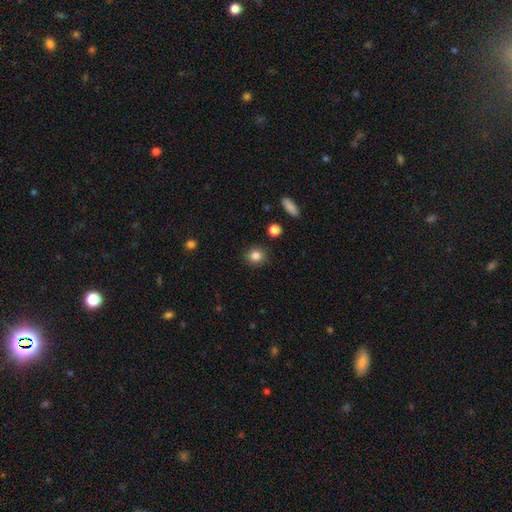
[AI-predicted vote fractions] Smooth or featured: smooth — 84% (star or artifact — 11%)
How rounded: round — 87% (in between — 12%)
Merging: none — 90% (minor disturbance — 7%)